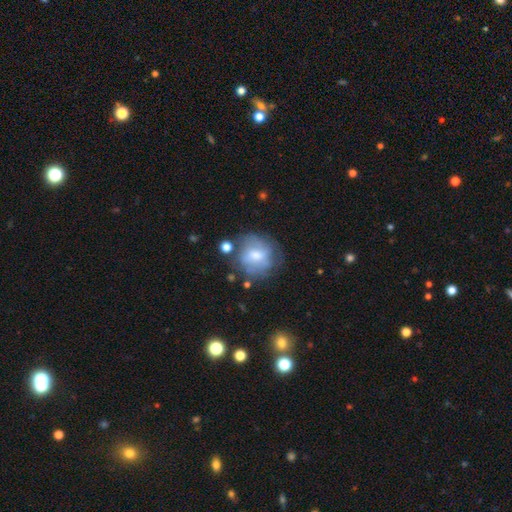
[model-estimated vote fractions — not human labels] A smooth galaxy with no disk features (53%) that is round (80%). Merging: none (60%).